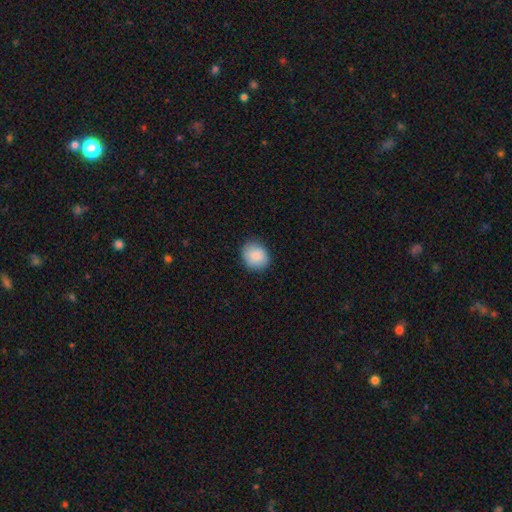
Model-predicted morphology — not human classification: Smooth or featured? Predicted: smooth (p=0.87). How rounded? Predicted: round (p=0.71). Merging? Predicted: none (p=0.85).